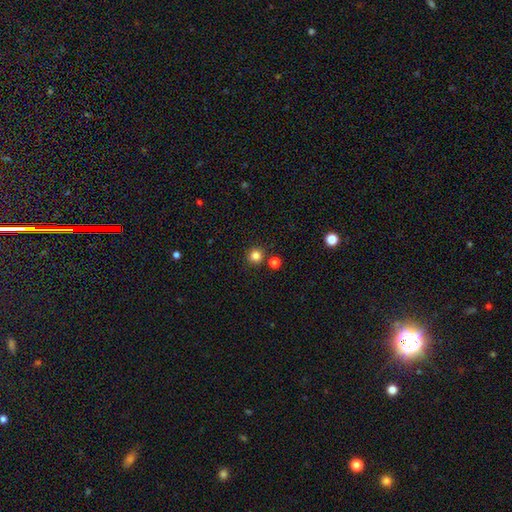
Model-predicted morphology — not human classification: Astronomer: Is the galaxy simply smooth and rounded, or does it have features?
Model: smooth — 82%.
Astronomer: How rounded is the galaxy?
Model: round — 94%.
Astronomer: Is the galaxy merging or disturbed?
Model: none — 86%.